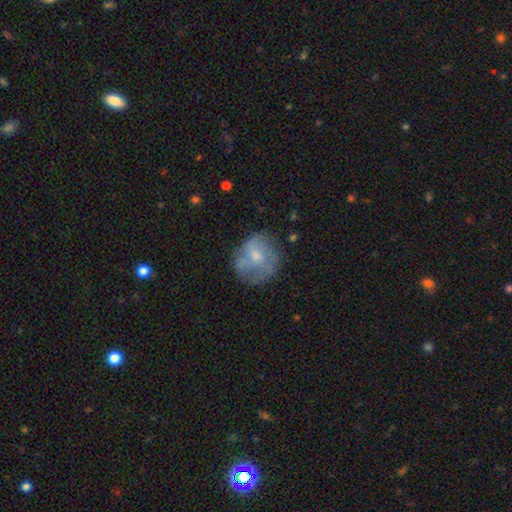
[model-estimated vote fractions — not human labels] This appears to be a smooth galaxy with no disk features (48%). Merging: none (57%).